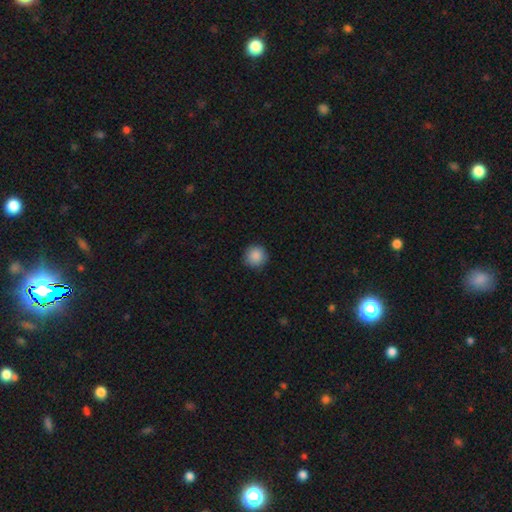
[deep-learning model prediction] Smooth or featured?
  - smooth: 89% *
  - star or artifact: 8%
  - featured or disk: 3%
How rounded?
  - round: 95% *
  - in between: 4%
  - cigar-shaped: 1%
Merging?
  - none: 89% *
  - minor disturbance: 8%
  - major disturbance: 2%
  - merger: 1%